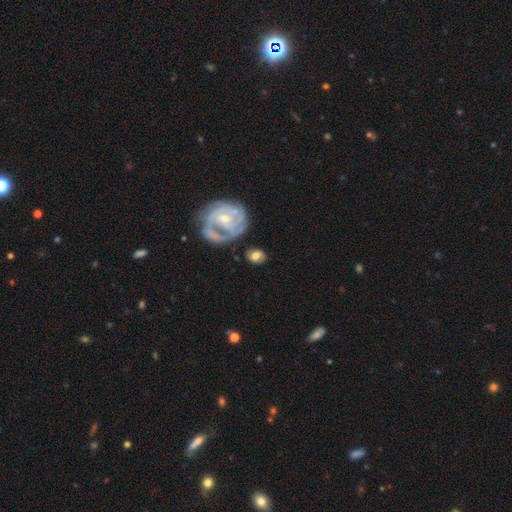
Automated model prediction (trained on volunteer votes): Smooth or featured?
  - smooth: 54% *
  - featured or disk: 39%
  - star or artifact: 7%
How rounded?
  - in between: 54% *
  - round: 44%
  - cigar-shaped: 2%
Merging?
  - none: 67% *
  - minor disturbance: 17%
  - major disturbance: 10%
  - merger: 6%